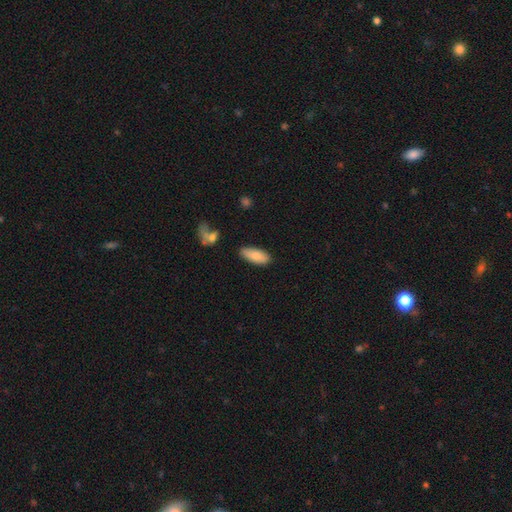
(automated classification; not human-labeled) This is clearly a smooth galaxy (84%). How rounded: clearly in between (81%). Merging: clearly none (84%).